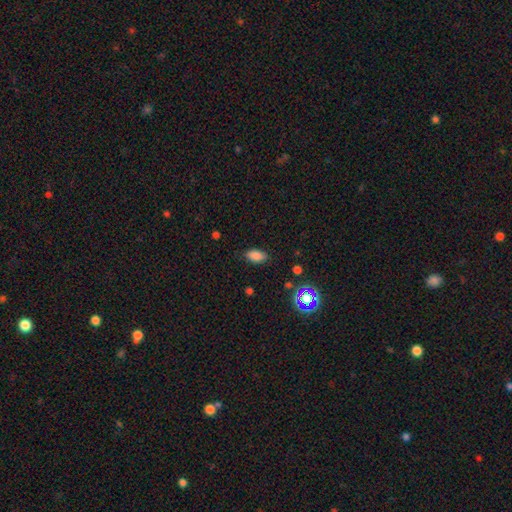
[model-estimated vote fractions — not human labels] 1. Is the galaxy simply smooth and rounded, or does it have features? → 82% smooth, 12% star or artifact, 6% featured or disk.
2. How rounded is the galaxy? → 90% in between, 5% round, 4% cigar-shaped.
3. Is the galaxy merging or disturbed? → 85% none, 11% minor disturbance, 3% major disturbance, 1% merger.